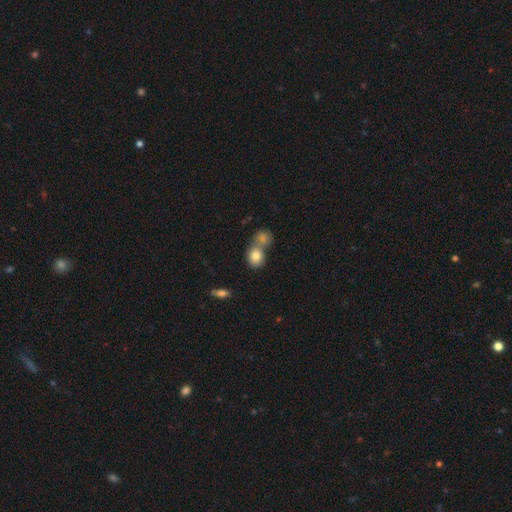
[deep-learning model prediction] smooth_or_featured: smooth (p=0.80) [alt: featured or disk p=0.10]
how_rounded: round (p=0.61) [alt: in between p=0.37]
merging: merger (p=0.56) [alt: none p=0.34]